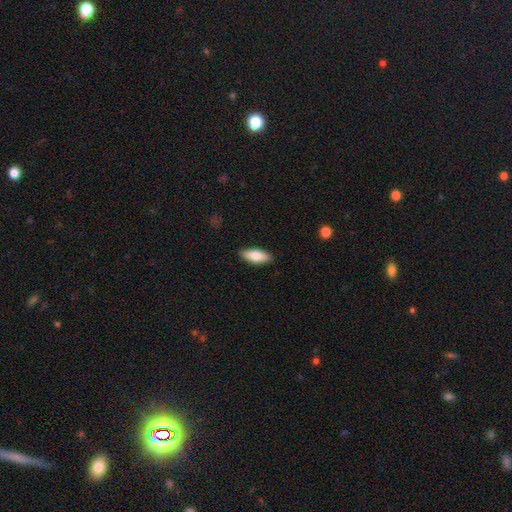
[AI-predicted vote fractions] smooth 82%, featured or disk 13%, star or artifact 6%. Down the decision tree: how rounded — in between (81%); merging — none (89%).